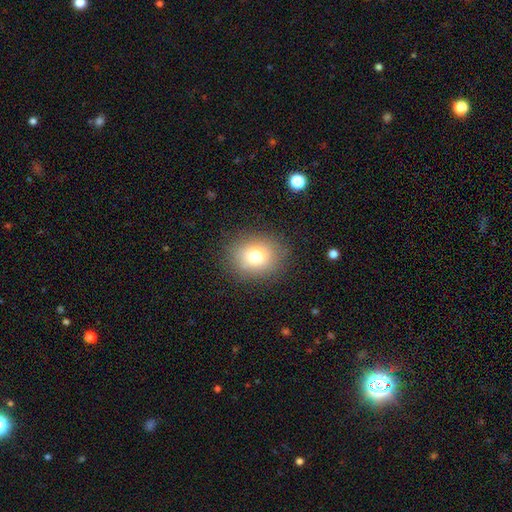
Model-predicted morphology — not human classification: Q: Smooth or featured?
A: smooth (76%); runner-up: star or artifact (13%)
Q: How rounded?
A: round (62%); runner-up: in between (37%)
Q: Merging?
A: none (85%); runner-up: minor disturbance (10%)